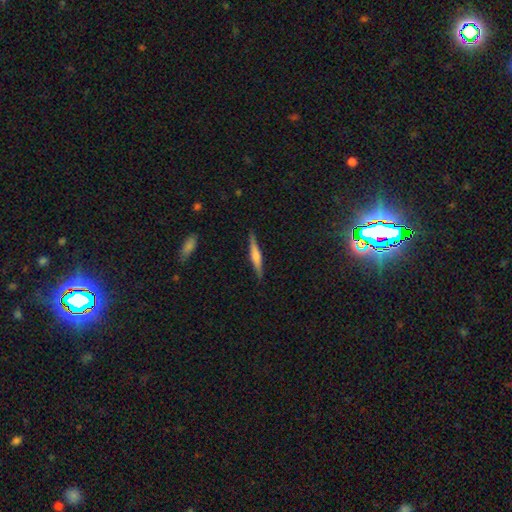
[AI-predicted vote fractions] Smooth or featured?
  - featured or disk: 58% *
  - smooth: 36%
  - star or artifact: 7%
Edge-on disk?
  - yes: 97% *
  - no: 3%
Edge-on bulge?
  - rounded: 68% *
  - boxy: 21%
  - none: 12%
Merging?
  - none: 89% *
  - minor disturbance: 8%
  - major disturbance: 2%
  - merger: 1%